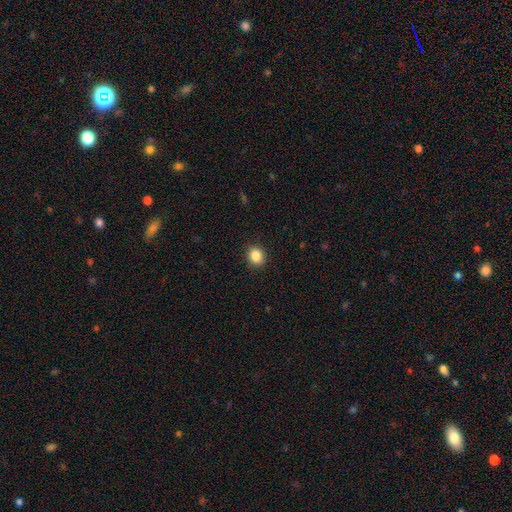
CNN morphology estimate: Smooth or featured?
  - smooth: 87% *
  - star or artifact: 9%
  - featured or disk: 3%
How rounded?
  - round: 70% *
  - in between: 29%
  - cigar-shaped: 1%
Merging?
  - none: 90% *
  - minor disturbance: 7%
  - major disturbance: 2%
  - merger: 1%